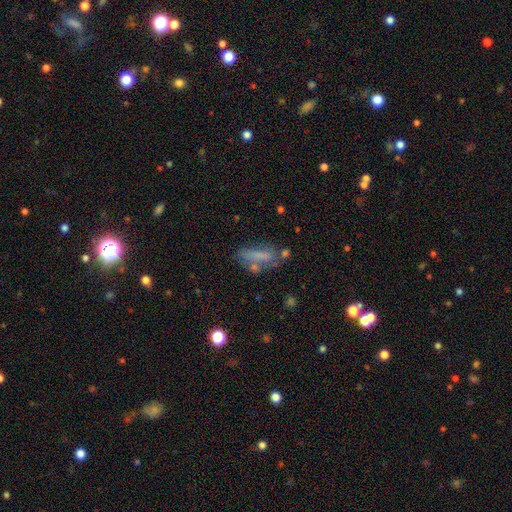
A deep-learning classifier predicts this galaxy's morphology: smooth_or_featured: smooth (p=0.59) [alt: featured or disk p=0.28]
how_rounded: in between (p=0.53) [alt: cigar-shaped p=0.44]
merging: none (p=0.47) [alt: minor disturbance p=0.23]